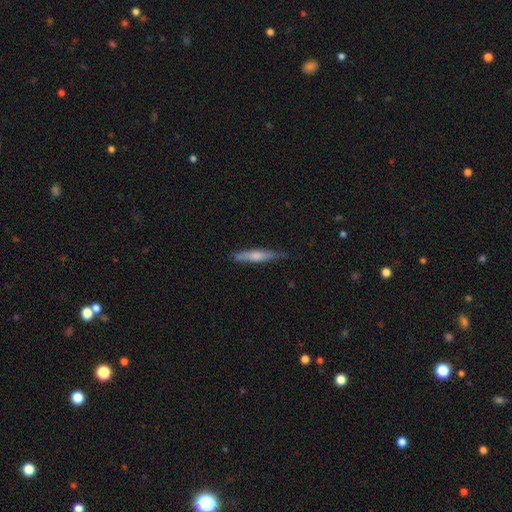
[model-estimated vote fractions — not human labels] This is possibly a smooth galaxy (55%). How rounded: clearly cigar-shaped (91%). Merging: likely none (80%).